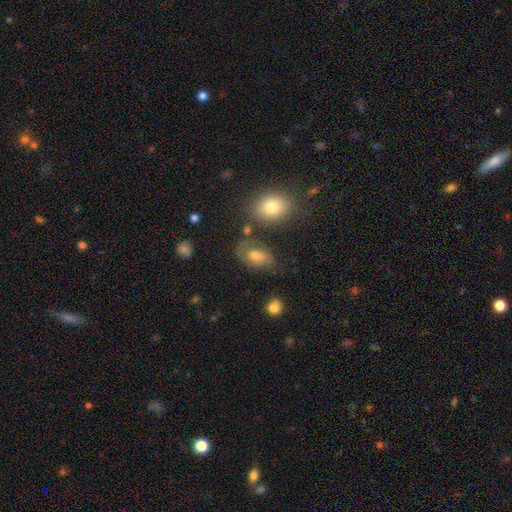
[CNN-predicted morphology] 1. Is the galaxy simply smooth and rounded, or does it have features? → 55% smooth, 31% featured or disk, 14% star or artifact.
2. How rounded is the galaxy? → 86% in between, 12% round, 2% cigar-shaped.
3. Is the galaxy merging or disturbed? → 57% none, 23% minor disturbance, 13% major disturbance, 7% merger.